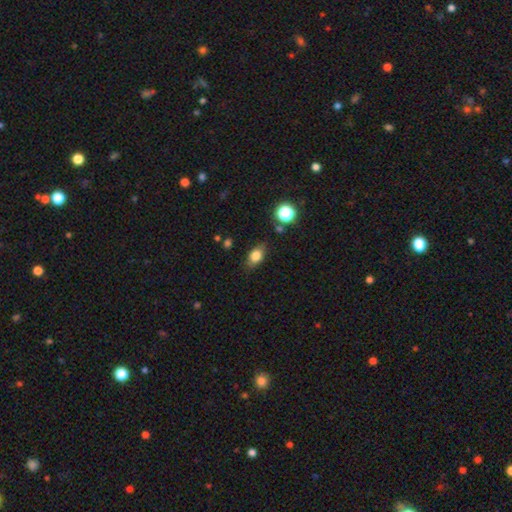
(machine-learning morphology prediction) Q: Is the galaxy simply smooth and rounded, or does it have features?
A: smooth — 78%.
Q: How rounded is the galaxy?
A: in between — 78%.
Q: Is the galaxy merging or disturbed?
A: none — 80%.